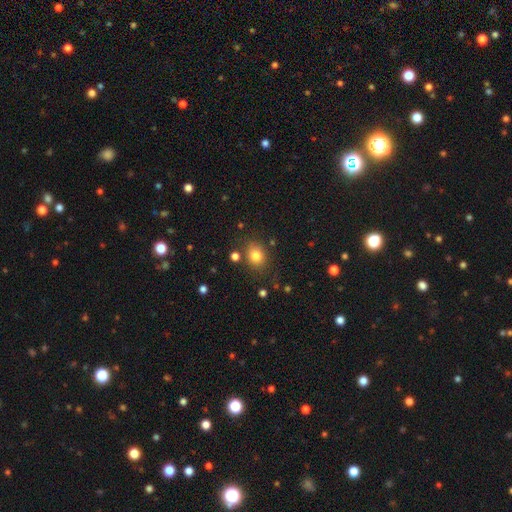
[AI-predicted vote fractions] Smooth or featured? Predicted: smooth (p=0.80). How rounded? Predicted: round (p=0.60). Merging? Predicted: none (p=0.80).